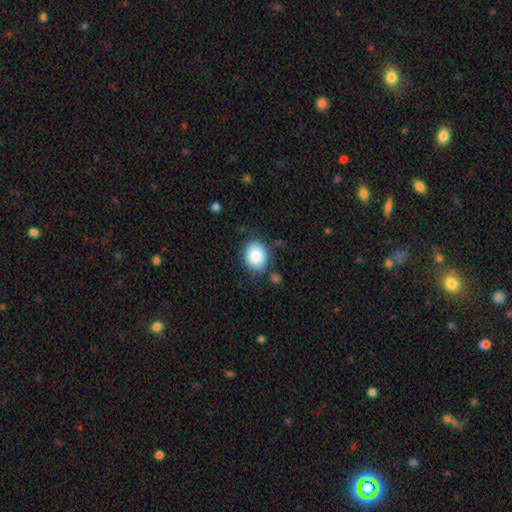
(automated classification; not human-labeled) The model was most divided on "how rounded": round: 55%, in between: 44%, cigar-shaped: 1%. More confident: smooth or featured — smooth (87%); merging — none (77%).